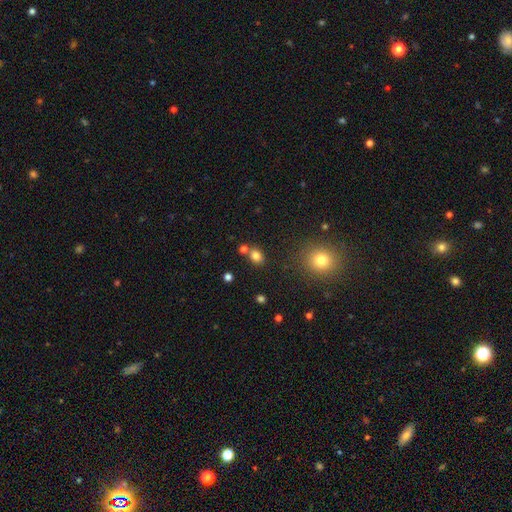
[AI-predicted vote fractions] smooth-or-featured: smooth: 79% | star or artifact: 13% | featured or disk: 7%
  how-rounded: in between: 54% | round: 45% | cigar-shaped: 1%
  merging: none: 70% | merger: 16% | minor disturbance: 11% | major disturbance: 3%